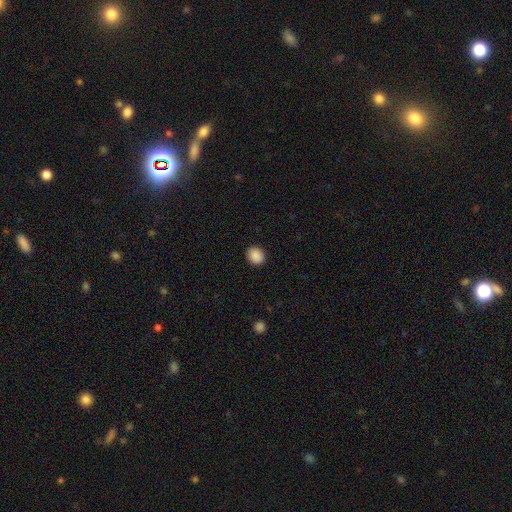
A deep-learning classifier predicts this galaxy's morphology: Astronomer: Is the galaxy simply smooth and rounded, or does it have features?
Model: smooth — 89%.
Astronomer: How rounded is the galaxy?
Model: round — 68%.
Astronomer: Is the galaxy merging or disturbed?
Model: none — 91%.